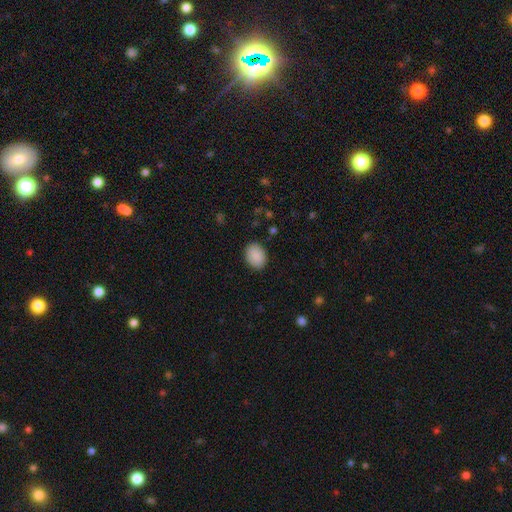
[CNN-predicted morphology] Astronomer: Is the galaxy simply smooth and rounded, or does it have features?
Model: smooth — 90%.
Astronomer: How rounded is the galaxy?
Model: in between — 72%.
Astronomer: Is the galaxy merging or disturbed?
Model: none — 88%.